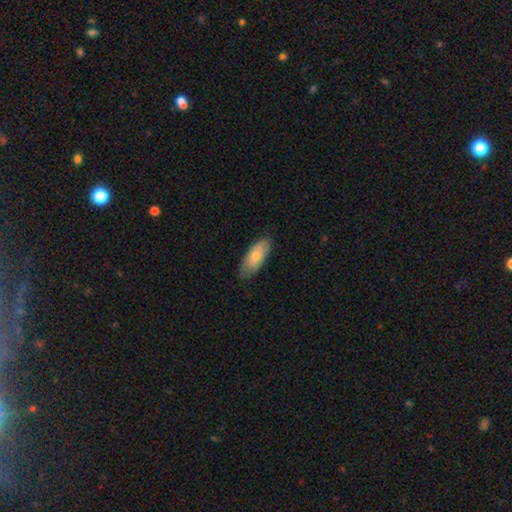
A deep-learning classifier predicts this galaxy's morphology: This is likely a smooth galaxy (74%). How rounded: likely in between (77%). Merging: clearly none (84%).